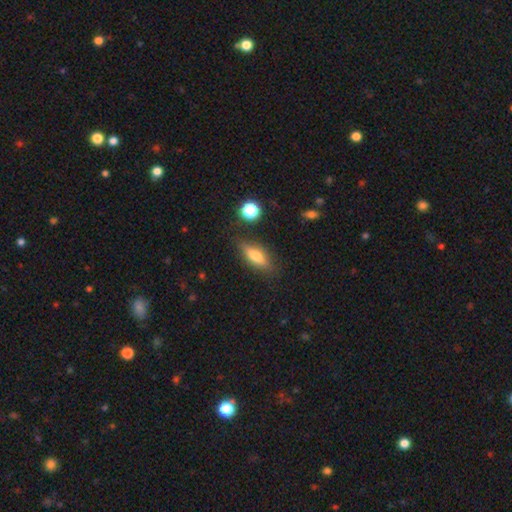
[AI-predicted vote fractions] This appears to be a smooth galaxy with no disk features (67%) that is in between round and cigar-shaped (63%). Merging: none (81%).